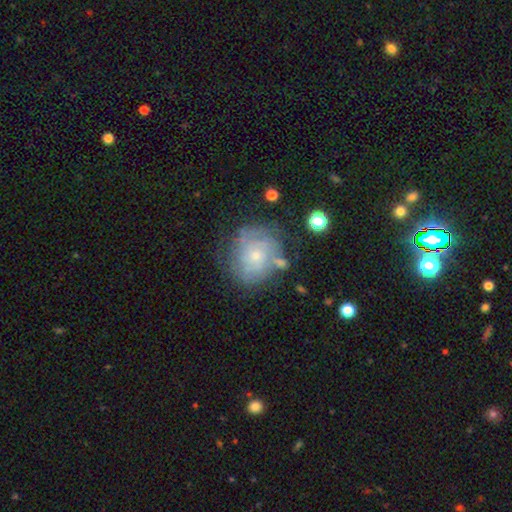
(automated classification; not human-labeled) Smooth or featured: featured or disk — 65% (smooth — 26%)
Edge-on disk: no — 97% (yes — 3%)
Bar: no — 81% (weak — 17%)
Spiral arms: yes — 79% (no — 21%)
Spiral winding: tight — 62% (medium — 28%)
Spiral arm count: can't tell — 54% (2 — 14%)
Bulge size: small — 68% (moderate — 27%)
Merging: none — 62% (minor disturbance — 21%)